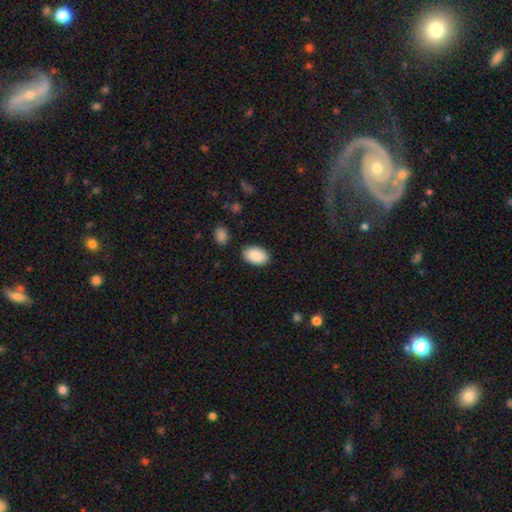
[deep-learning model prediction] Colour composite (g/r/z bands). It shows a smooth galaxy with no disk features (90%) that is in between round and cigar-shaped (93%). Merging: none (85%).